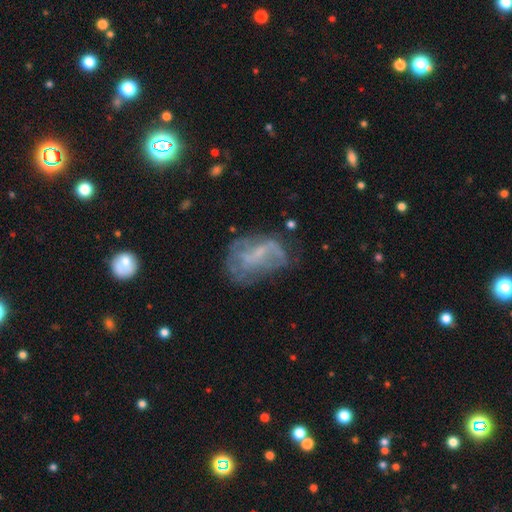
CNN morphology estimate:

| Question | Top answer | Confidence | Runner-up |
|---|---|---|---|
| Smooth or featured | featured or disk | 62% | smooth (26%) |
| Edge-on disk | no | 96% | yes (4%) |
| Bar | no | 48% | weak (40%) |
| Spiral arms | yes | 54% | no (46%) |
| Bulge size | small | 44% | none (39%) |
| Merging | none | 42% | major disturbance (28%) |